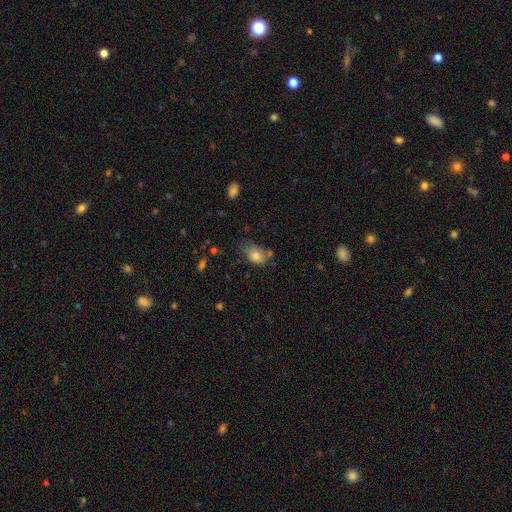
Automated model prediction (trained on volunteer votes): A smooth galaxy with no disk features (79%) that is in between round and cigar-shaped (82%).

Vote fractions:
- Smooth or featured? smooth: 79% / featured or disk: 12% / star or artifact: 9%
- How rounded? in between: 82% / round: 16% / cigar-shaped: 2%
- Merging? none: 46% / minor disturbance: 34% / major disturbance: 12% / merger: 9%